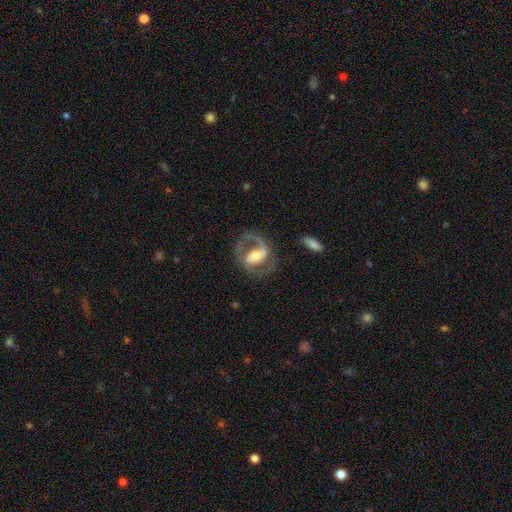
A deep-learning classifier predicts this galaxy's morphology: featured or disk 86%, smooth 9%, star or artifact 5%. Down the decision tree: edge-on disk — no (96%); bar — strong (49%); spiral arms — yes (92%); spiral arm count — 2 (79%); spiral winding — medium (58%); bulge size — moderate (60%); merging — none (69%).